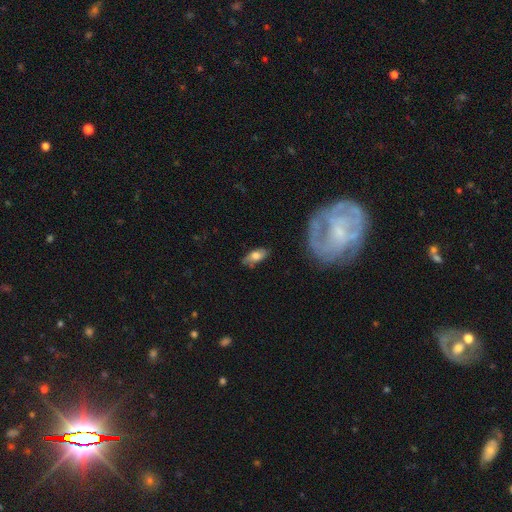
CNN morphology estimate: This is likely a smooth galaxy (64%). How rounded: clearly in between (82%). Merging: likely none (75%).